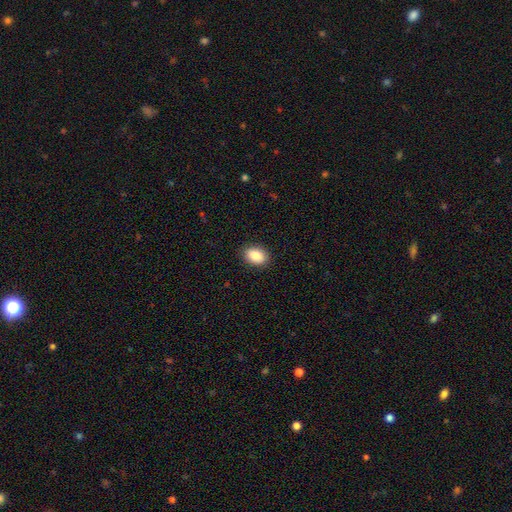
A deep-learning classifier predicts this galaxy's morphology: Smooth or featured? smooth (88%)
How rounded? in between (85%)
Merging? none (89%)